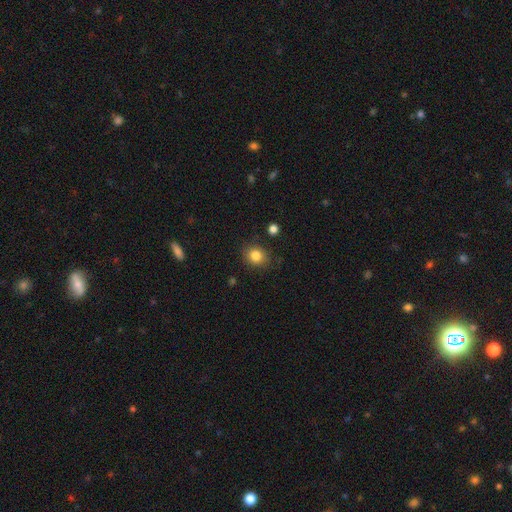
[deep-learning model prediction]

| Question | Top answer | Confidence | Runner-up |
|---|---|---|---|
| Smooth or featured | smooth | 83% | star or artifact (10%) |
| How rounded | round | 69% | in between (30%) |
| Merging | none | 84% | minor disturbance (11%) |